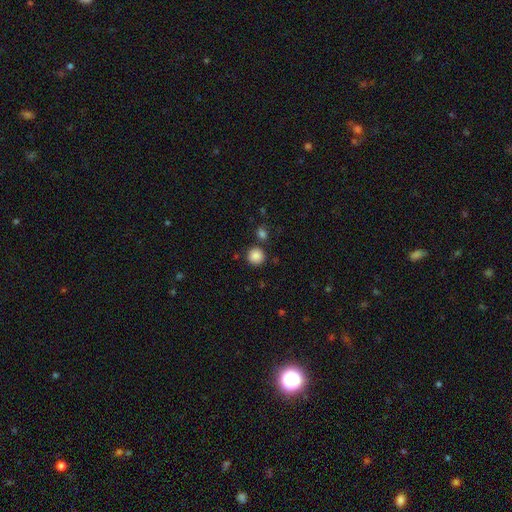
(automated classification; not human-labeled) Smooth or featured? Predicted: smooth (p=0.87). How rounded? Predicted: round (p=0.93). Merging? Predicted: none (p=0.84).